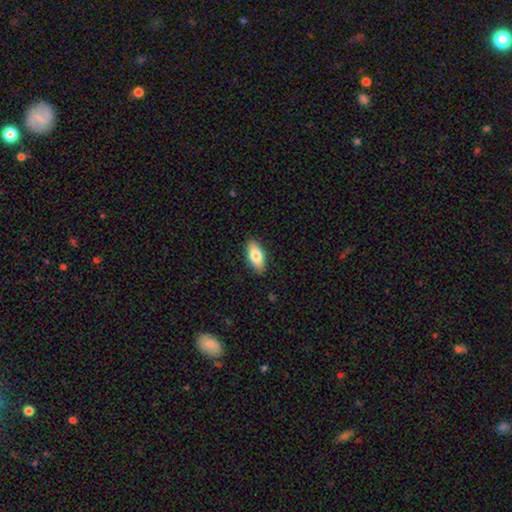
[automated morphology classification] smooth_or_featured: smooth (p=0.76) [alt: featured or disk p=0.18]
how_rounded: in between (p=0.85) [alt: cigar-shaped p=0.12]
merging: none (p=0.89) [alt: minor disturbance p=0.09]